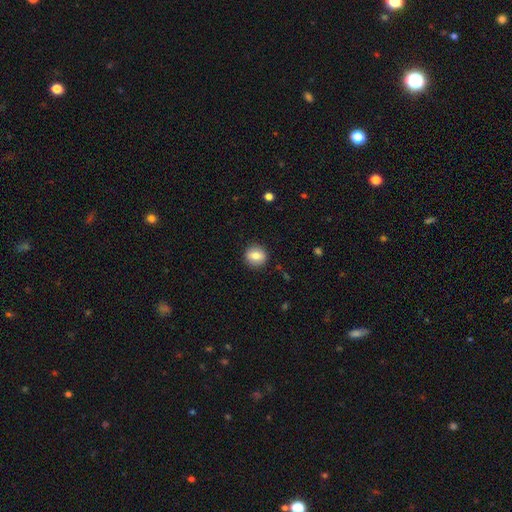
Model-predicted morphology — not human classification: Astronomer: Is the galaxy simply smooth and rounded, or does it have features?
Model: smooth — 73%.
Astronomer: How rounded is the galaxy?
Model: round — 77%.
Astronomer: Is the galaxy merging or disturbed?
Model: none — 89%.